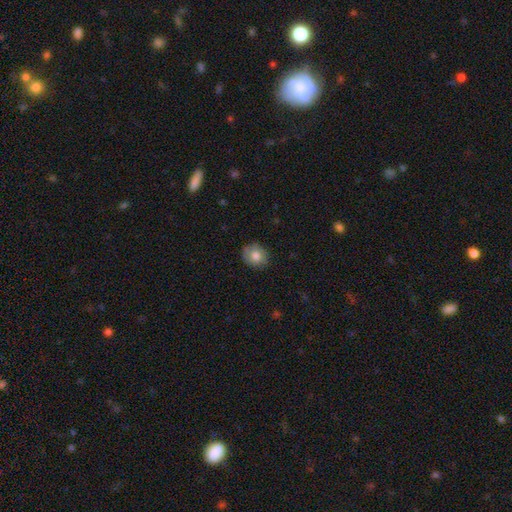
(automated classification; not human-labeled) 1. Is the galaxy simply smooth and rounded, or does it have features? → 77% smooth, 15% featured or disk, 8% star or artifact.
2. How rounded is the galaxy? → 73% round, 26% in between, 1% cigar-shaped.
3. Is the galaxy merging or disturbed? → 82% none, 14% minor disturbance, 3% major disturbance, 1% merger.